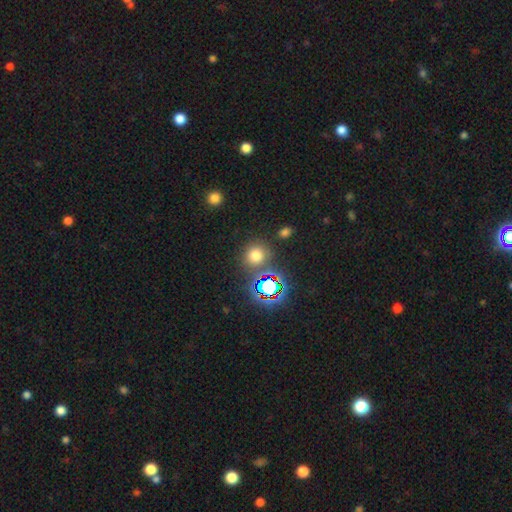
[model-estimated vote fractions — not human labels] This appears to be a smooth galaxy with no disk features (66%) that is round (89%). Merging: none (80%).